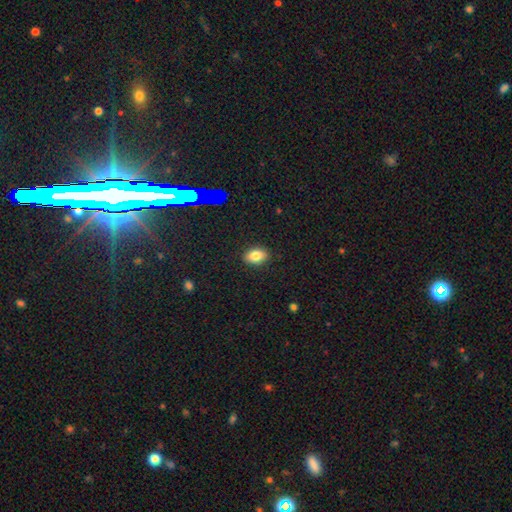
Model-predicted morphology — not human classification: smooth_or_featured: smooth (p=0.82) [alt: star or artifact p=0.11]
how_rounded: in between (p=0.80) [alt: round p=0.19]
merging: none (p=0.89) [alt: minor disturbance p=0.08]